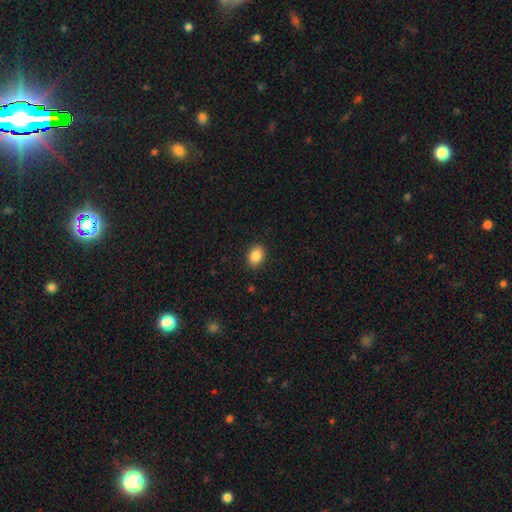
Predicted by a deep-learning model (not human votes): A smooth galaxy with no disk features (87%) that is in between round and cigar-shaped (68%).

Vote fractions:
- Smooth or featured? smooth: 87% / star or artifact: 9% / featured or disk: 5%
- How rounded? in between: 68% / round: 31% / cigar-shaped: 1%
- Merging? none: 89% / minor disturbance: 8% / major disturbance: 2% / merger: 1%